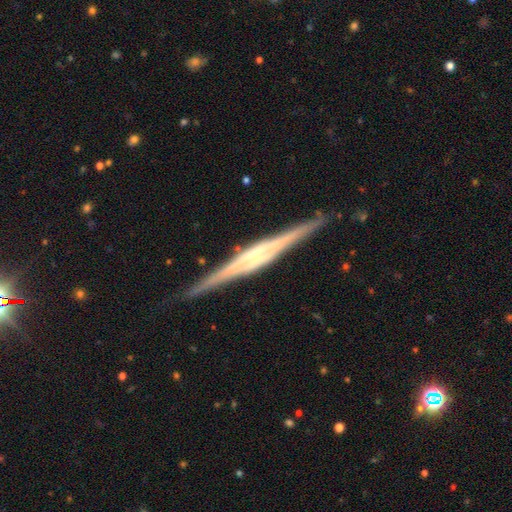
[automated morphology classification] A featured or disk galaxy (86%) viewed edge-on (98%) with a boxy central bulge (53%). Merging: none (89%).